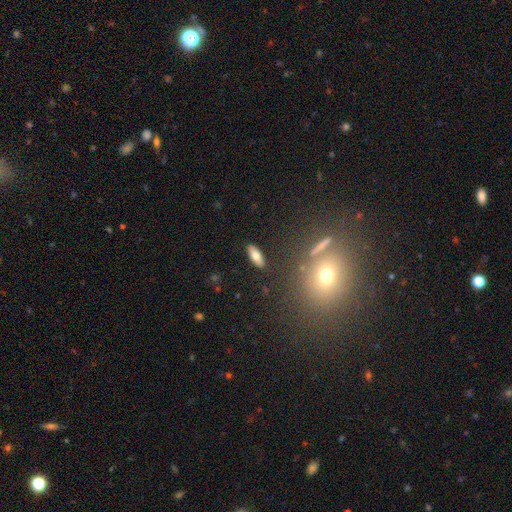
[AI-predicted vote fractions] A smooth galaxy with no disk features (71%) that is in between round and cigar-shaped (72%).

Vote fractions:
- Smooth or featured? smooth: 71% / featured or disk: 20% / star or artifact: 9%
- How rounded? in between: 72% / cigar-shaped: 25% / round: 3%
- Merging? none: 88% / minor disturbance: 8% / major disturbance: 2% / merger: 2%